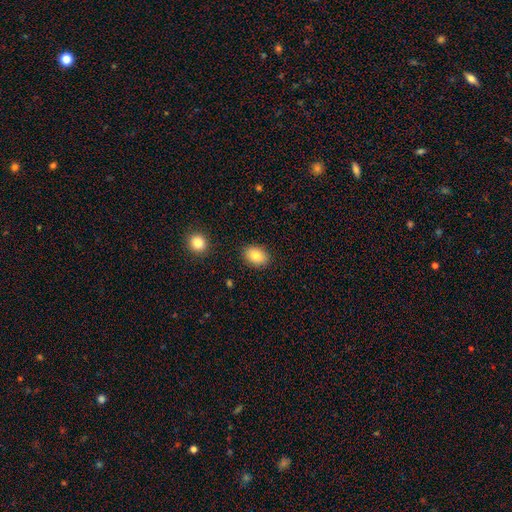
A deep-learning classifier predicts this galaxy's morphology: This is clearly a smooth galaxy (84%). How rounded: likely in between (72%). Merging: clearly none (88%).